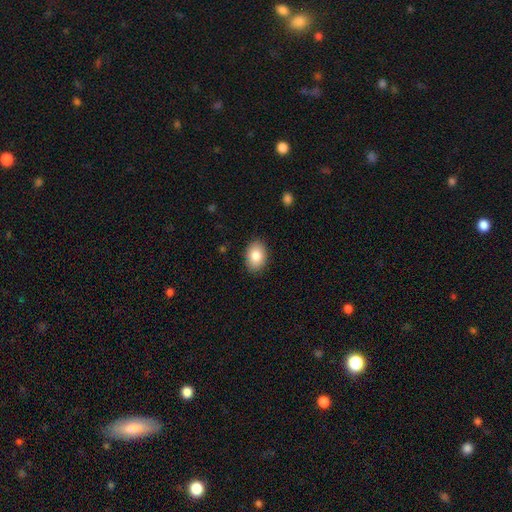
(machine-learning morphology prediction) This is clearly a smooth galaxy (85%). How rounded: clearly in between (80%). Merging: clearly none (88%).